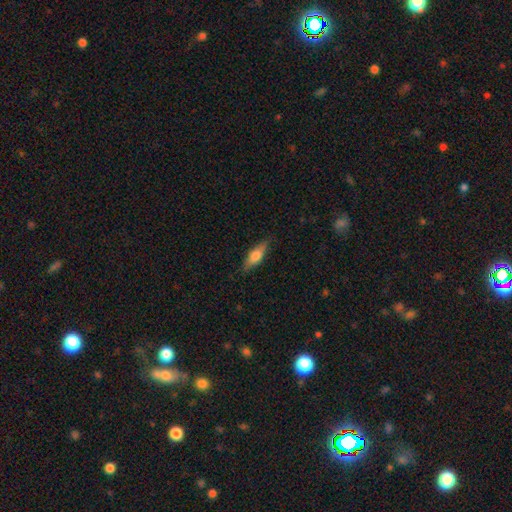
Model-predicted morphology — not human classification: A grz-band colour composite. It shows a smooth galaxy with no disk features (60%) that is cigar-shaped (50%). Merging: none (85%).